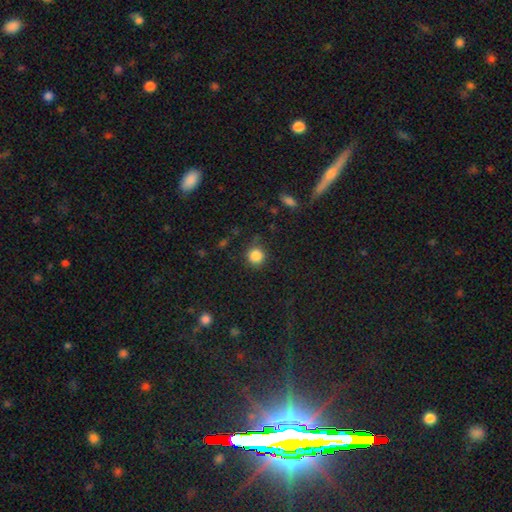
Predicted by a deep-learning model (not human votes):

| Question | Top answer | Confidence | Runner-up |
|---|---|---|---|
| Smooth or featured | smooth | 85% | star or artifact (11%) |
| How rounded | round | 92% | in between (7%) |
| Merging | none | 81% | minor disturbance (13%) |